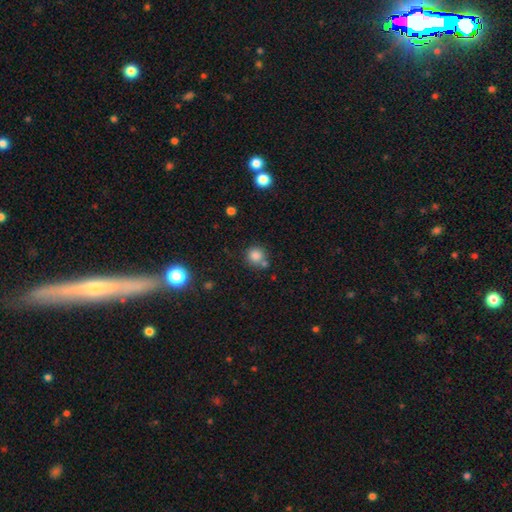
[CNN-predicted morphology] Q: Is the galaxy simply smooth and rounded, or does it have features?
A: smooth — 83%.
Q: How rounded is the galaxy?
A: round — 92%.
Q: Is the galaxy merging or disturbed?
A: none — 68%.